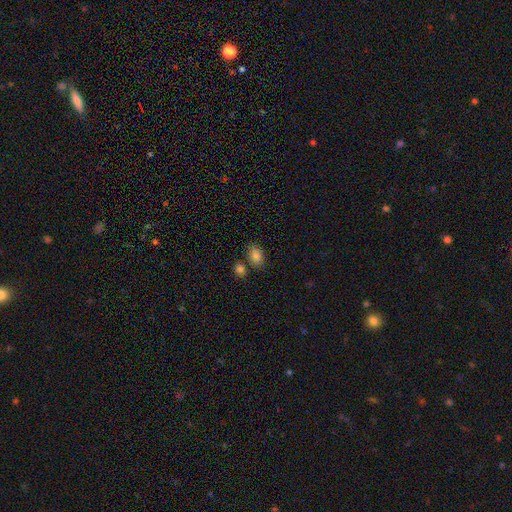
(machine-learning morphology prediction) Smooth or featured? Predicted: smooth (p=0.84). How rounded? Predicted: in between (p=0.74). Merging? Predicted: none (p=0.69).